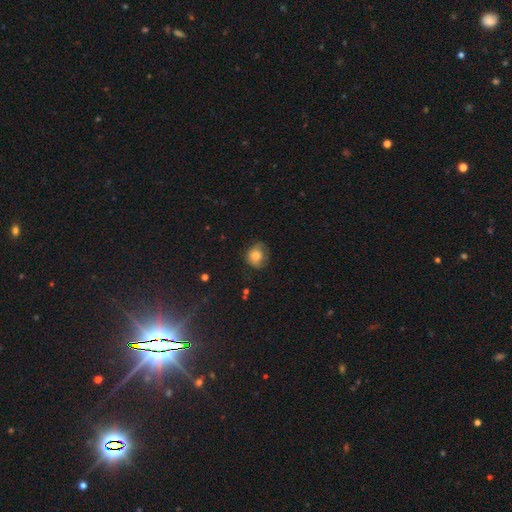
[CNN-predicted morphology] This is likely a smooth galaxy (75%). How rounded: likely round (72%). Merging: possibly none (58%).